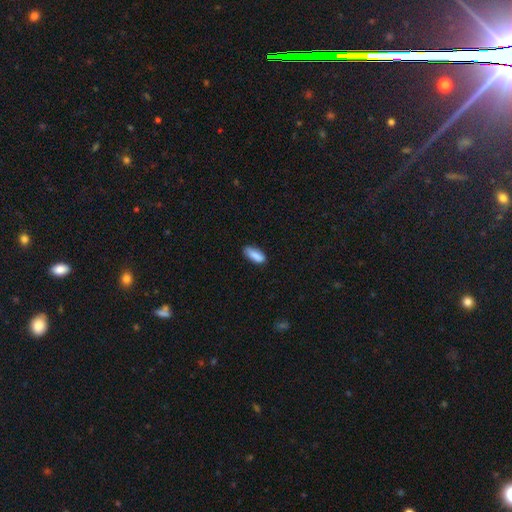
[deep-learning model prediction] The model was most divided on "how rounded": in between: 75%, cigar-shaped: 23%, round: 2%. More confident: smooth or featured — smooth (86%); merging — none (75%).